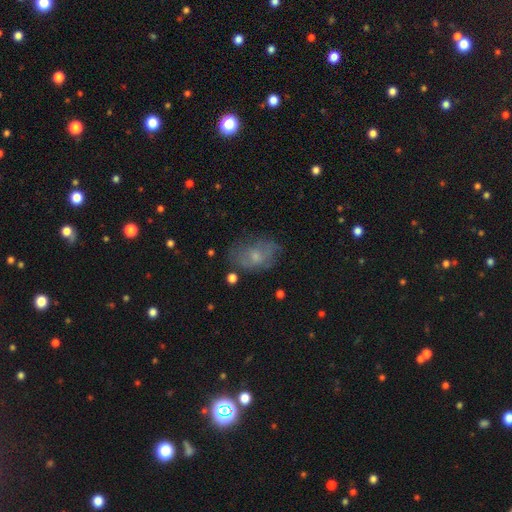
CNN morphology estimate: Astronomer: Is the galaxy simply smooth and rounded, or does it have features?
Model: smooth — 52% (runner-up: featured or disk, 36%).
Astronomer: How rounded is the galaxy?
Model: in between — 81%.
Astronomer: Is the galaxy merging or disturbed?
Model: none — 59%.